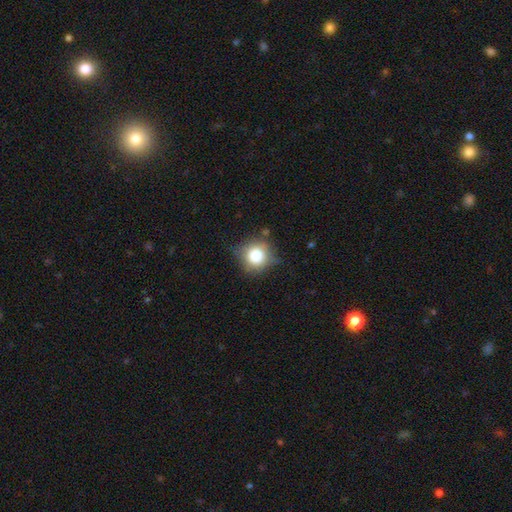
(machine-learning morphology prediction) Smooth or featured? smooth (80%)
How rounded? round (89%)
Merging? none (67%)